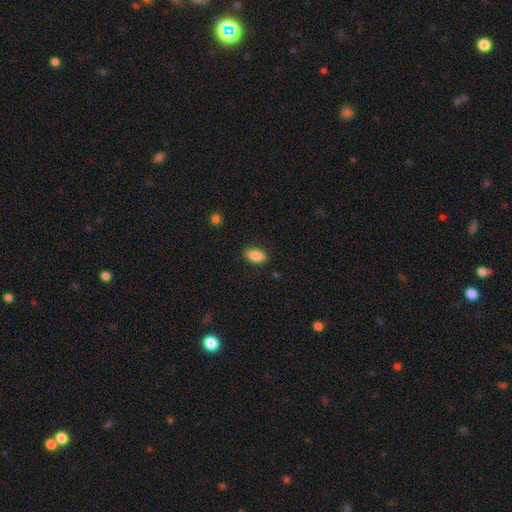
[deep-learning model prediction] smooth_or_featured: smooth (p=0.88) [alt: star or artifact p=0.08]
how_rounded: in between (p=0.92) [alt: round p=0.06]
merging: none (p=0.87) [alt: minor disturbance p=0.10]